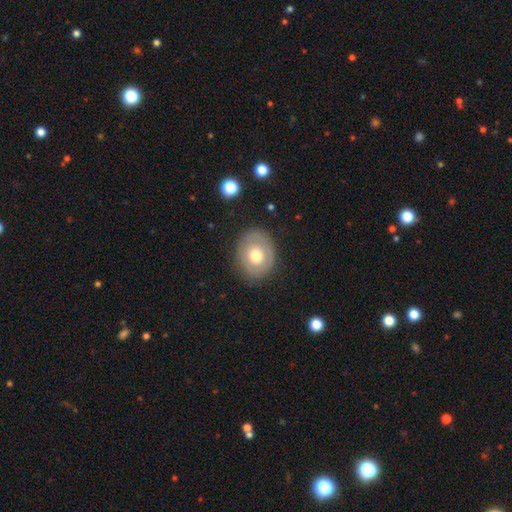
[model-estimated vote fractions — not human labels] smooth-or-featured: smooth: 51% | featured or disk: 42% | star or artifact: 7%
  how-rounded: round: 50% | in between: 49% | cigar-shaped: 1%
  merging: none: 81% | minor disturbance: 12% | major disturbance: 5% | merger: 1%